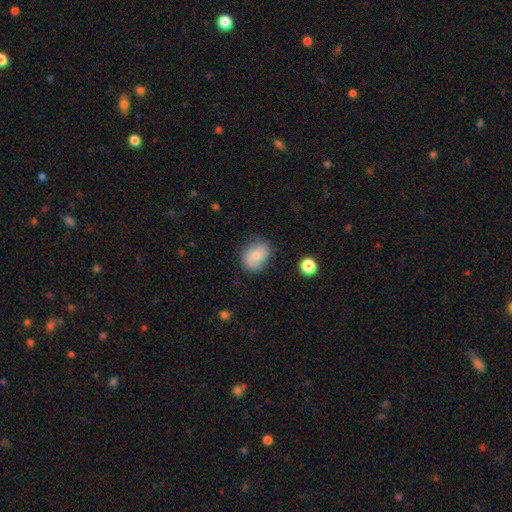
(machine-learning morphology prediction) This is likely a smooth galaxy (67%). How rounded: possibly in between (54%). Merging: likely none (72%).